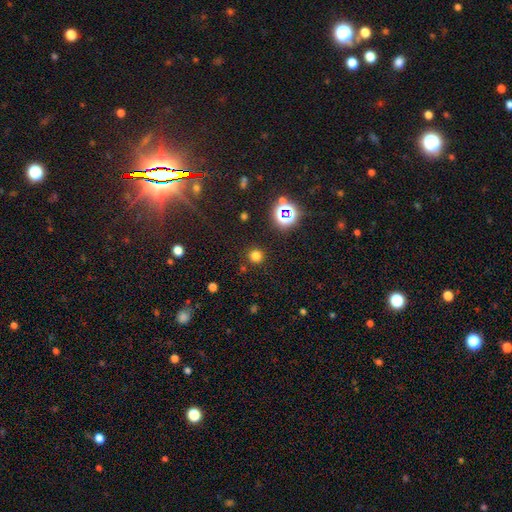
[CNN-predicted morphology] Smooth or featured? smooth (73%)
How rounded? round (94%)
Merging? none (89%)